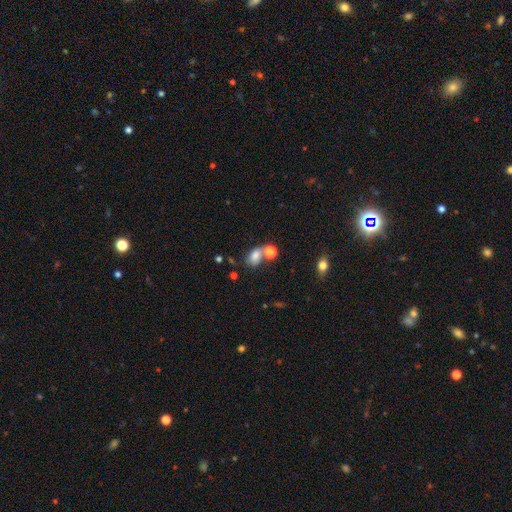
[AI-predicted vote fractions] This appears to be a smooth galaxy with no disk features (76%) that is in between round and cigar-shaped (76%). Merging: none (41%).